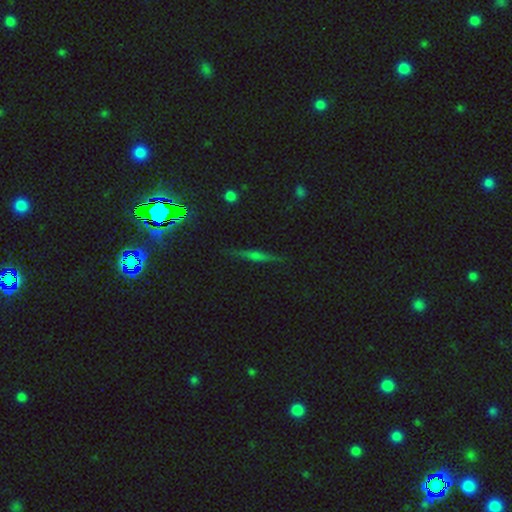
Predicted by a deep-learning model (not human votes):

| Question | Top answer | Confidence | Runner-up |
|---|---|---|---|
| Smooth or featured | featured or disk | 52% | star or artifact (26%) |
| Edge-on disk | yes | 93% | no (7%) |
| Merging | none | 86% | minor disturbance (10%) |